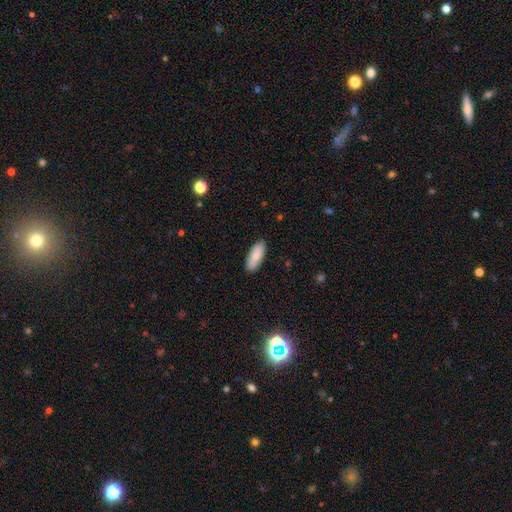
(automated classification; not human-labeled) This appears to be a smooth galaxy with no disk features (83%) that is in between round and cigar-shaped (70%). Merging: none (88%).